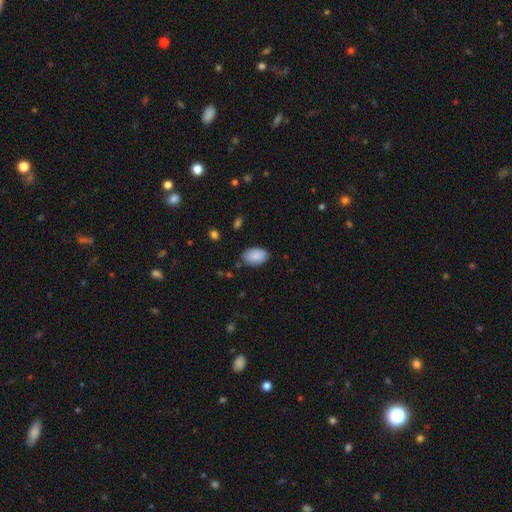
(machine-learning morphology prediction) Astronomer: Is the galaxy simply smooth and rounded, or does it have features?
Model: smooth — 89%.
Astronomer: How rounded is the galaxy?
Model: in between — 92%.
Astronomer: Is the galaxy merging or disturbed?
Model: none — 82%.